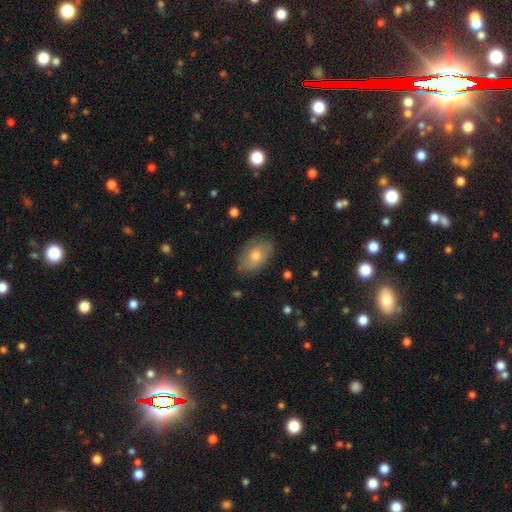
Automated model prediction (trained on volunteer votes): Morphology: type=smooth (66%); roundness=in between (85%); merging=none (81%).